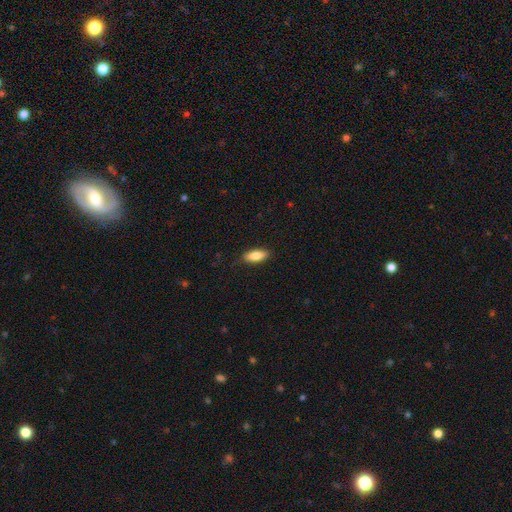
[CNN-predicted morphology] Smooth or featured?
  - smooth: 82% *
  - featured or disk: 11%
  - star or artifact: 6%
How rounded?
  - in between: 75% *
  - cigar-shaped: 23%
  - round: 2%
Merging?
  - none: 85% *
  - minor disturbance: 11%
  - major disturbance: 2%
  - merger: 1%